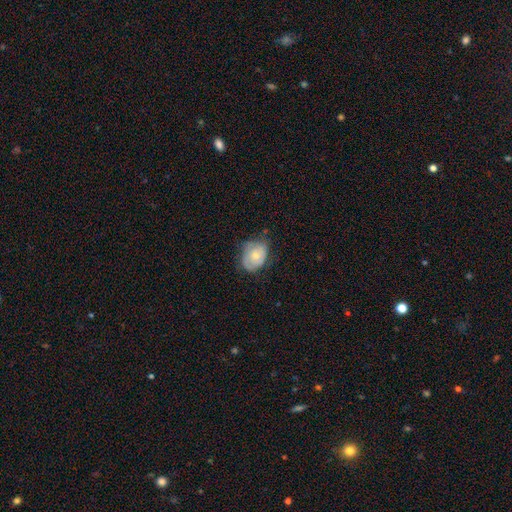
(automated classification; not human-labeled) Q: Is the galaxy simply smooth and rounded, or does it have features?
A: smooth — 50%.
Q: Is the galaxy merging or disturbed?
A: none — 54%.